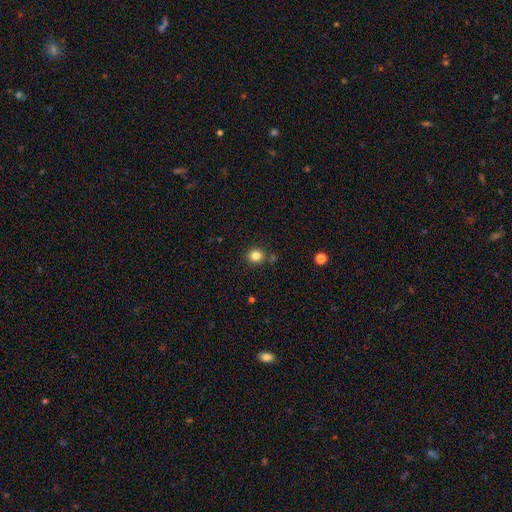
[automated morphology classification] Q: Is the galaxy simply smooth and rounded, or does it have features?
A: smooth — 83%.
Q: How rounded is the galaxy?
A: round — 81%.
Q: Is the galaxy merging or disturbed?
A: none — 83%.